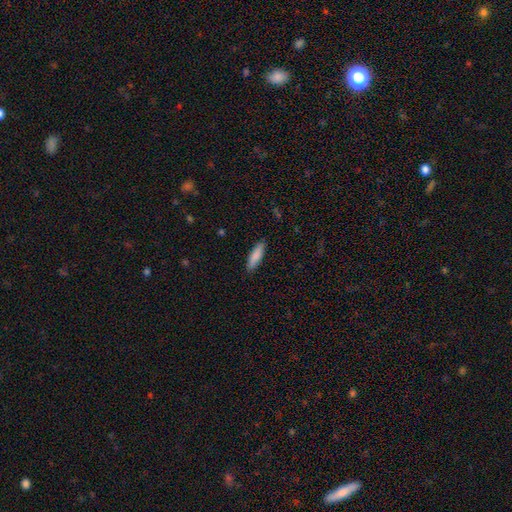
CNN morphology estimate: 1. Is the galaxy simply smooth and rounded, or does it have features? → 87% smooth, 8% featured or disk, 6% star or artifact.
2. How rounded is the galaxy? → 61% cigar-shaped, 38% in between, 1% round.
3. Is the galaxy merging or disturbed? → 88% none, 9% minor disturbance, 2% major disturbance, 1% merger.